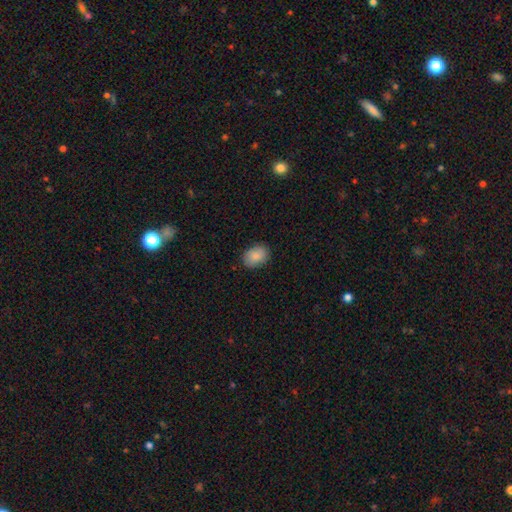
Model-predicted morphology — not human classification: smooth_or_featured: smooth (p=0.87) [alt: star or artifact p=0.07]
how_rounded: in between (p=0.73) [alt: round p=0.26]
merging: none (p=0.86) [alt: minor disturbance p=0.11]